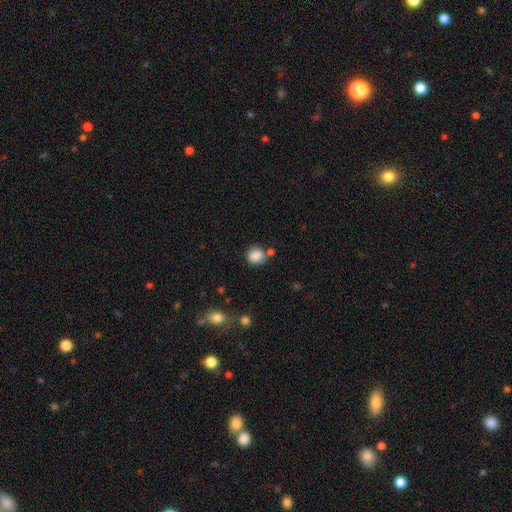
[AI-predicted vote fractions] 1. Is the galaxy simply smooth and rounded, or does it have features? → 86% smooth, 9% star or artifact, 5% featured or disk.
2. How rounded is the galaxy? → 79% round, 20% in between, 1% cigar-shaped.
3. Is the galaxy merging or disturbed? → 67% none, 16% minor disturbance, 13% merger, 4% major disturbance.